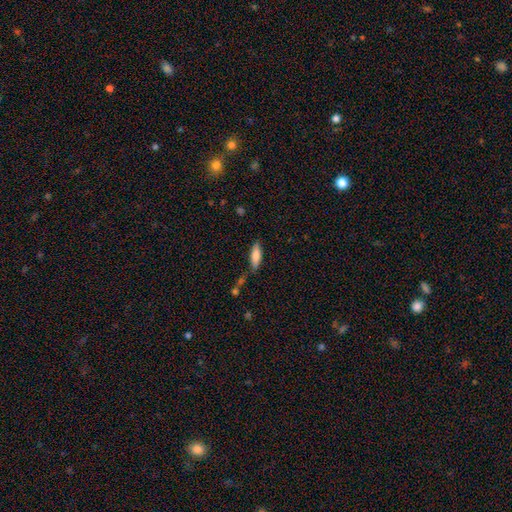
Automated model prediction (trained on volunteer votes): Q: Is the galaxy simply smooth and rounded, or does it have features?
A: smooth — 77%.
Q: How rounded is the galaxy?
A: in between — 52%.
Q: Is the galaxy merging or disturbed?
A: none — 70%.